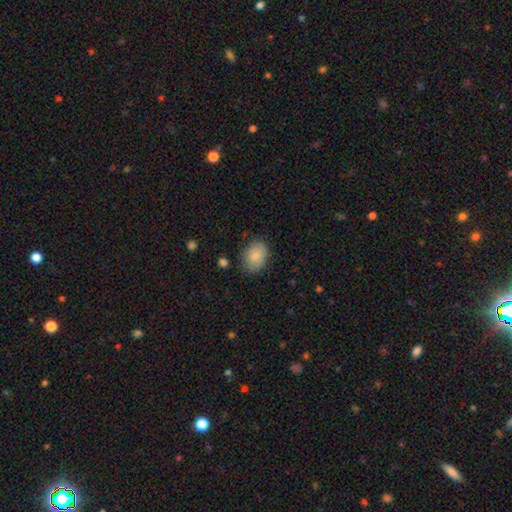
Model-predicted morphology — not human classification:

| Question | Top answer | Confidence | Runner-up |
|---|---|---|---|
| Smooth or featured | smooth | 84% | featured or disk (9%) |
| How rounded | in between | 75% | round (24%) |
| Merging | none | 80% | minor disturbance (15%) |